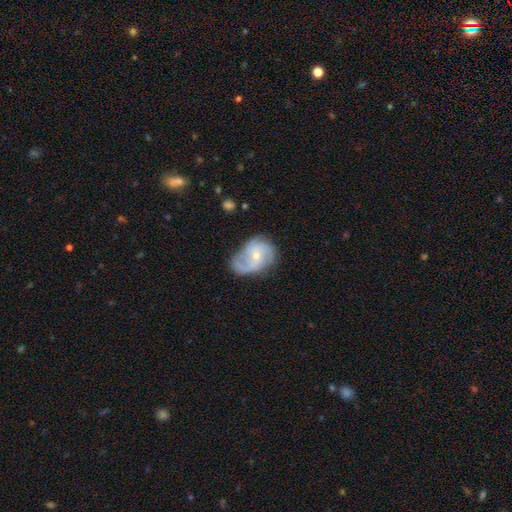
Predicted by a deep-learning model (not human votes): smooth_or_featured: featured or disk (p=0.77) [alt: smooth p=0.17]
disk_edge_on: no (p=0.98) [alt: yes p=0.02]
bar: no (p=0.62) [alt: weak p=0.32]
has_spiral_arms: yes (p=0.93) [alt: no p=0.07]
spiral_winding: medium (p=0.47) [alt: loose p=0.31]
spiral_arm_count: 2 (p=0.43) [alt: 3 p=0.26]
bulge_size: small (p=0.63) [alt: moderate p=0.32]
merging: none (p=0.54) [alt: minor disturbance p=0.27]